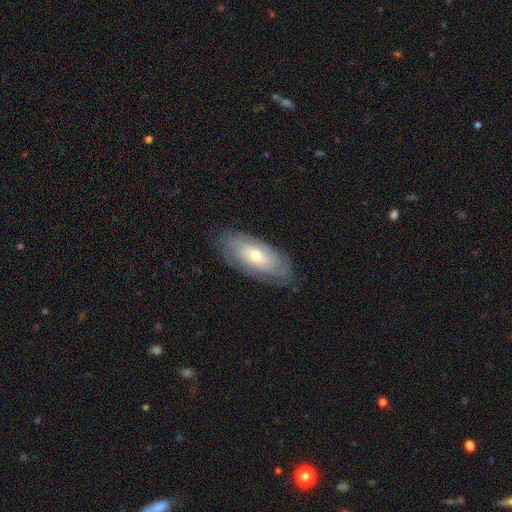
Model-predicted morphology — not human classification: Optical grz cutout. It shows a featured or disk galaxy (48%). Merging: none (80%).